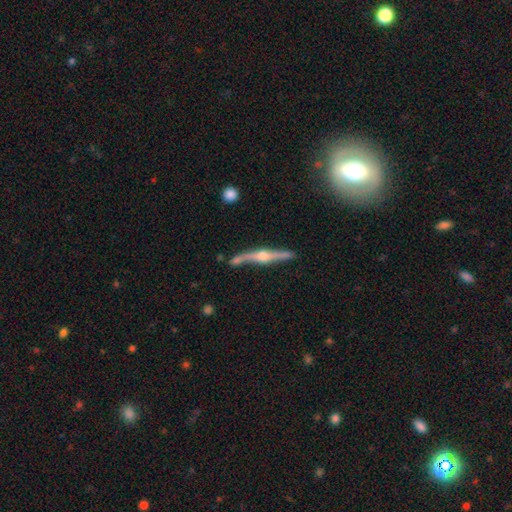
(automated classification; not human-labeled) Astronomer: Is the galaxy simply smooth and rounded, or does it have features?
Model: featured or disk — 85%.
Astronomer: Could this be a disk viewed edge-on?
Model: yes — 96%.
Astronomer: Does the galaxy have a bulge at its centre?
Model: rounded — 93%.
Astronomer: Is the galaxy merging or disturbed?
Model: none — 79%.